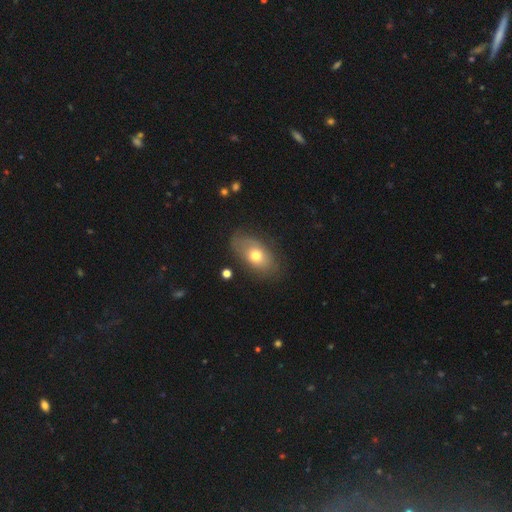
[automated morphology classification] A smooth galaxy with no disk features (62%) that is in between round and cigar-shaped (89%). Merging: none (71%).